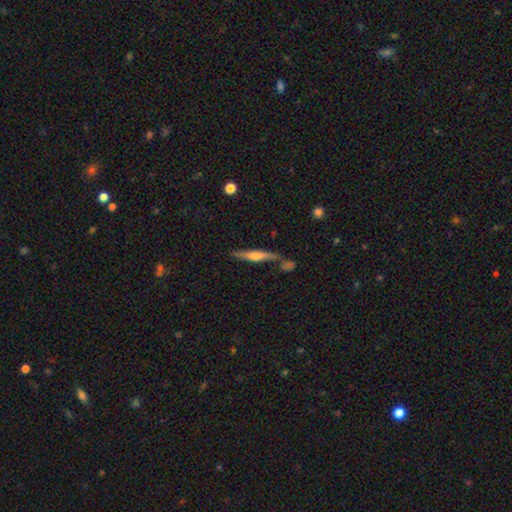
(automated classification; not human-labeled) A featured or disk galaxy (61%) viewed edge-on (95%) with a rounded central bulge (73%). Merging: none (73%).